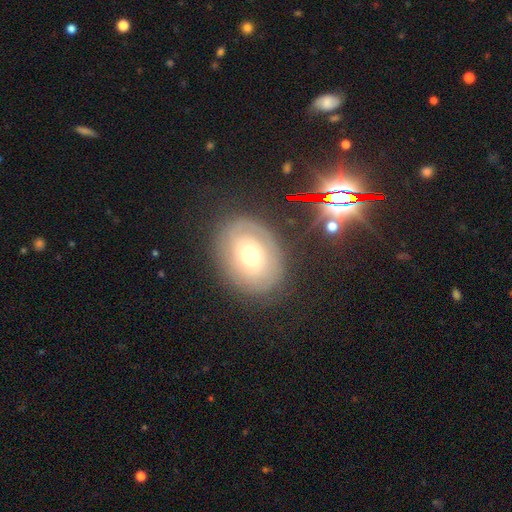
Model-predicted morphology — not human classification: Smooth or featured? featured or disk (48%)
Merging? none (81%)